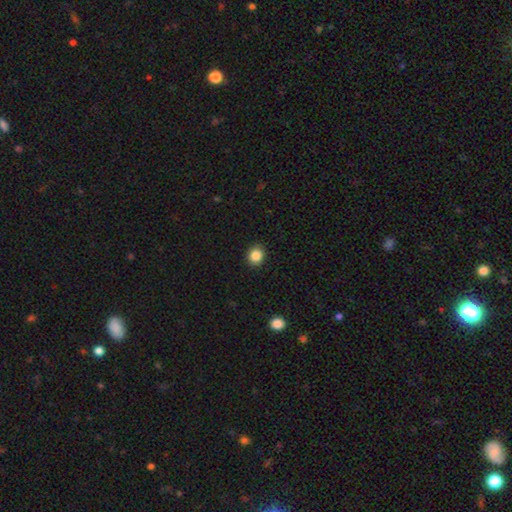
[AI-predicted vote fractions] Smooth or featured? Predicted: smooth (p=0.86). How rounded? Predicted: round (p=0.79). Merging? Predicted: none (p=0.92).